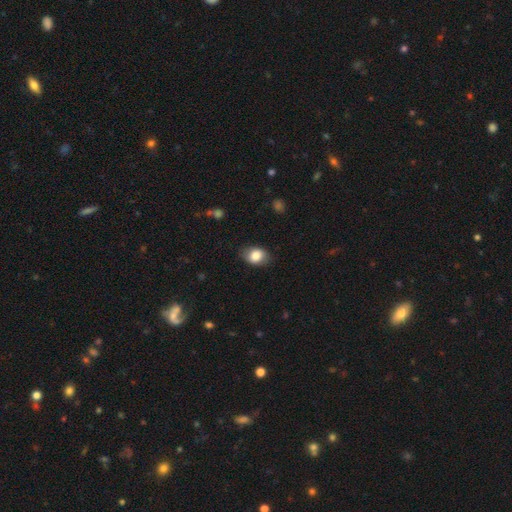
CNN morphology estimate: This appears to be a smooth galaxy with no disk features (82%) that is in between round and cigar-shaped (72%). Merging: none (81%).